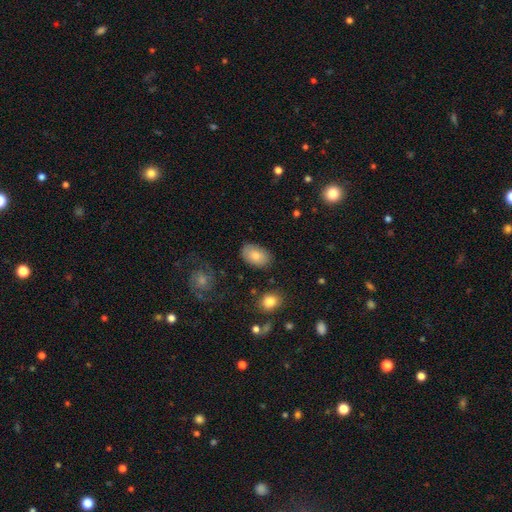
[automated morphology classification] A smooth galaxy with no disk features (80%) that is in between round and cigar-shaped (91%). Merging: none (80%).